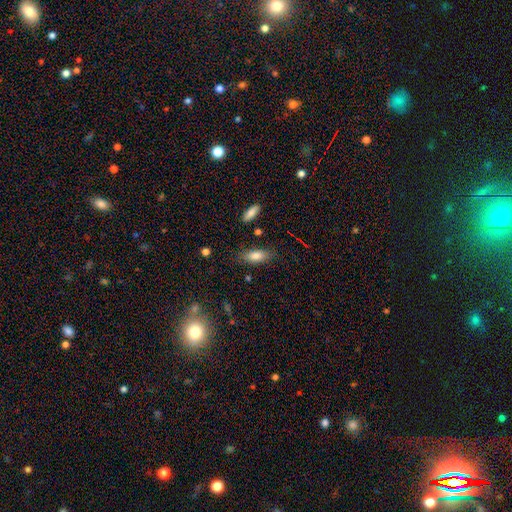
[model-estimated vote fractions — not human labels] smooth_or_featured: smooth (p=0.81) [alt: featured or disk p=0.11]
how_rounded: in between (p=0.75) [alt: cigar-shaped p=0.22]
merging: none (p=0.79) [alt: minor disturbance p=0.15]